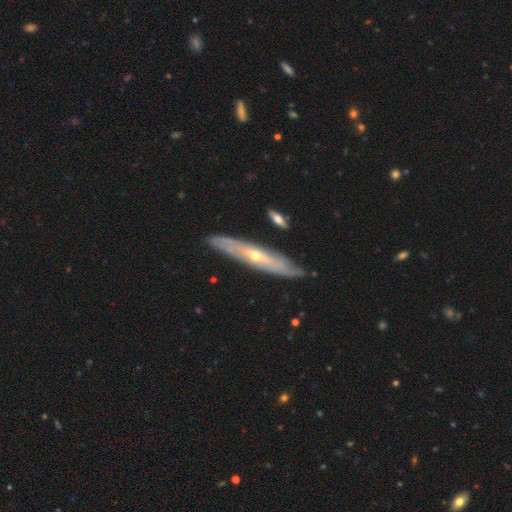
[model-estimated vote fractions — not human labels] Smooth or featured: featured or disk — 69% (smooth — 23%)
Edge-on disk: yes — 65% (no — 35%)
Merging: none — 84% (minor disturbance — 12%)